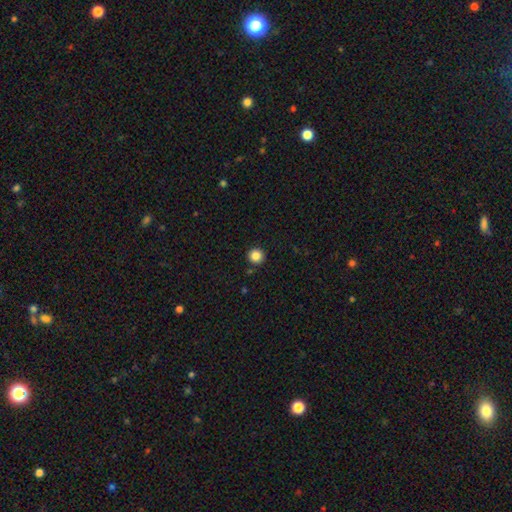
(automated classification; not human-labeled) smooth_or_featured: smooth (p=0.85) [alt: star or artifact p=0.11]
how_rounded: round (p=0.95) [alt: in between p=0.04]
merging: none (p=0.92) [alt: minor disturbance p=0.05]